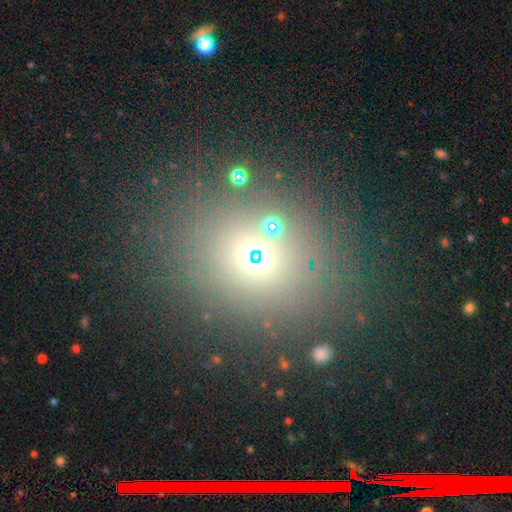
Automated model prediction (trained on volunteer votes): smooth_or_featured: smooth (p=0.46) [alt: star or artifact p=0.40]
merging: none (p=0.76) [alt: minor disturbance p=0.10]